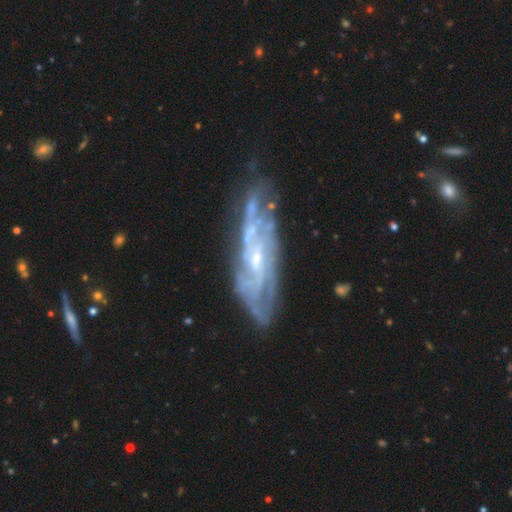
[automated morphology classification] featured or disk 84%, smooth 9%, star or artifact 7%. Down the decision tree: edge-on disk — no (83%); bar — no (50%); spiral arms — yes (92%); spiral arm count — can't tell (42%); spiral winding — tight (53%); bulge size — small (70%); merging — none (70%).